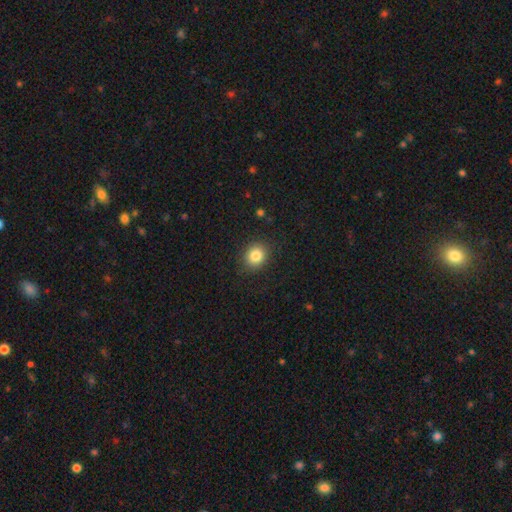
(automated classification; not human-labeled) Overall: smooth (83%). How rounded: round (69%; in between 31%). Merging: none (88%).